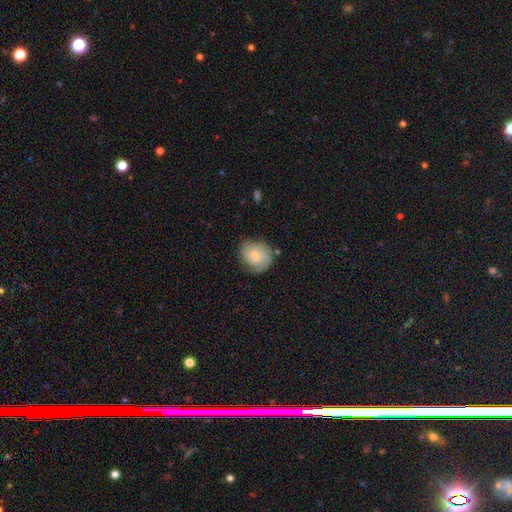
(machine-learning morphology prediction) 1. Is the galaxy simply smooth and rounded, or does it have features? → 47% featured or disk, 46% smooth, 7% star or artifact.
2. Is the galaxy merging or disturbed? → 65% none, 24% minor disturbance, 9% major disturbance, 2% merger.